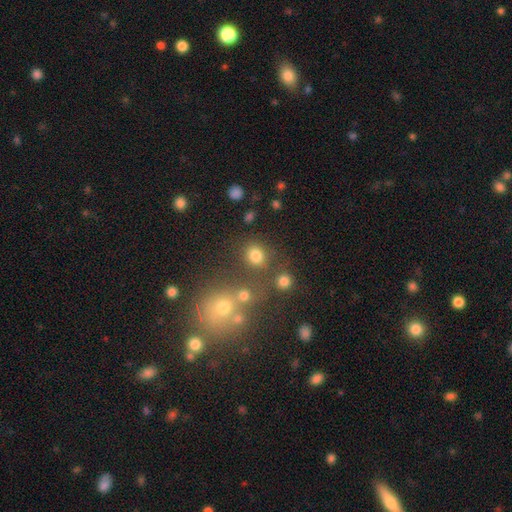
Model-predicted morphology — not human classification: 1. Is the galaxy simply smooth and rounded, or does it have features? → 78% smooth, 16% star or artifact, 6% featured or disk.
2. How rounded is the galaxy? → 78% round, 20% in between, 1% cigar-shaped.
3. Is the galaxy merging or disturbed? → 74% none, 11% merger, 10% minor disturbance, 5% major disturbance.